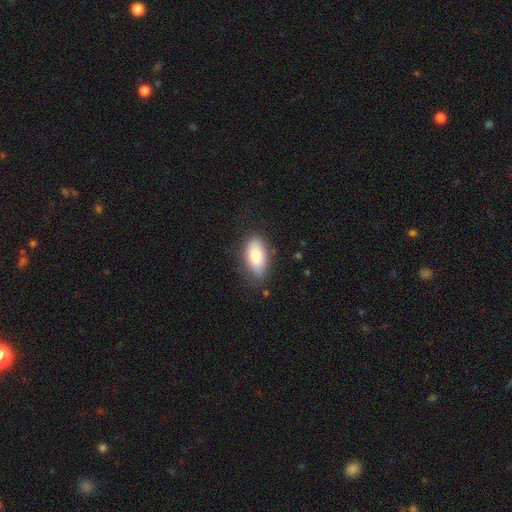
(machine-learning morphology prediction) A smooth galaxy with no disk features (79%) that is in between round and cigar-shaped (91%).

Vote fractions:
- Smooth or featured? smooth: 79% / featured or disk: 15% / star or artifact: 7%
- How rounded? in between: 91% / cigar-shaped: 5% / round: 4%
- Merging? none: 78% / minor disturbance: 17% / major disturbance: 4% / merger: 2%